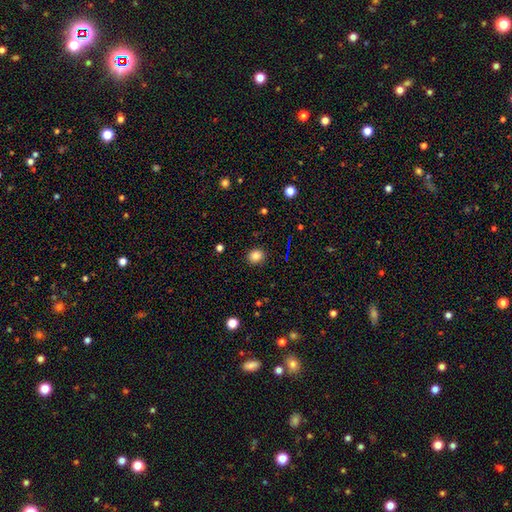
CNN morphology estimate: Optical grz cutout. It shows a smooth galaxy with no disk features (83%) that is round (80%). Merging: none (91%).